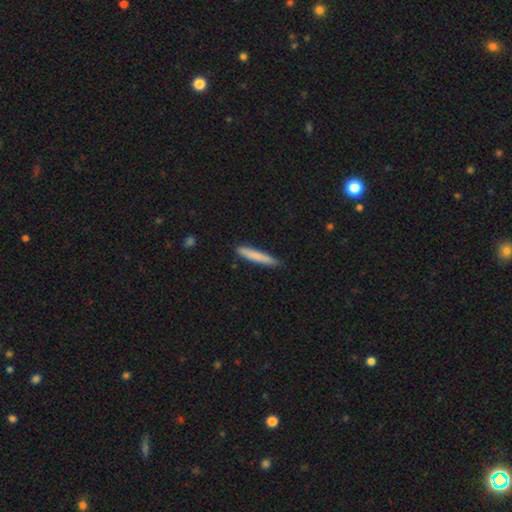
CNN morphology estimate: smooth 80%, featured or disk 15%, star or artifact 6%. Down the decision tree: how rounded — cigar-shaped (94%); merging — none (84%).